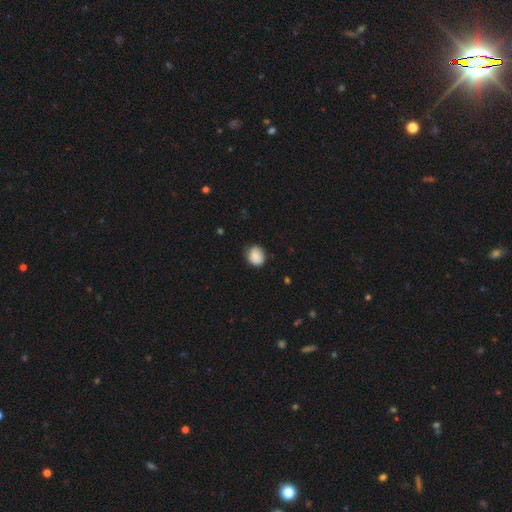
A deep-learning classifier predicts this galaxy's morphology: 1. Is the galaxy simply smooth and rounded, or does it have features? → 84% smooth, 9% featured or disk, 8% star or artifact.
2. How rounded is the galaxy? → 66% round, 33% in between, 1% cigar-shaped.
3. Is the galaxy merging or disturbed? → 74% none, 21% minor disturbance, 4% major disturbance, 1% merger.